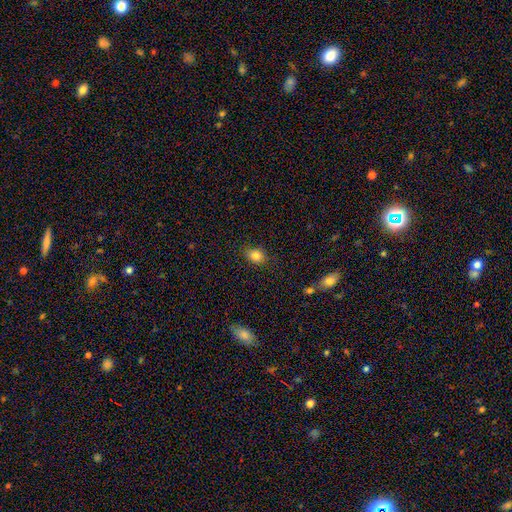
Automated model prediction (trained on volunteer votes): Q: Smooth or featured?
A: smooth (83%); runner-up: star or artifact (11%)
Q: How rounded?
A: in between (56%); runner-up: round (43%)
Q: Merging?
A: none (84%); runner-up: minor disturbance (12%)